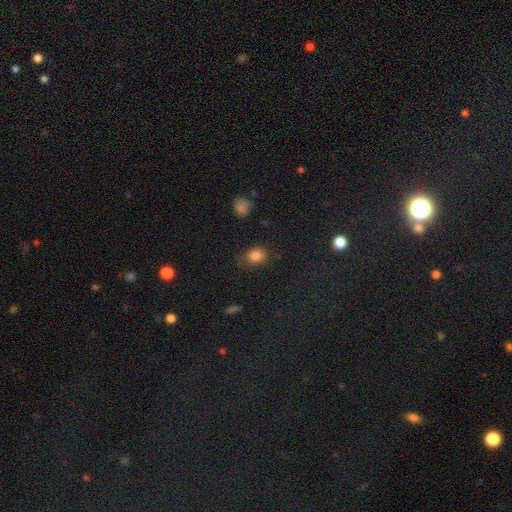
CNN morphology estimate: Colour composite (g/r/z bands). It shows a smooth galaxy with no disk features (83%) that is in between round and cigar-shaped (55%). Merging: none (64%).